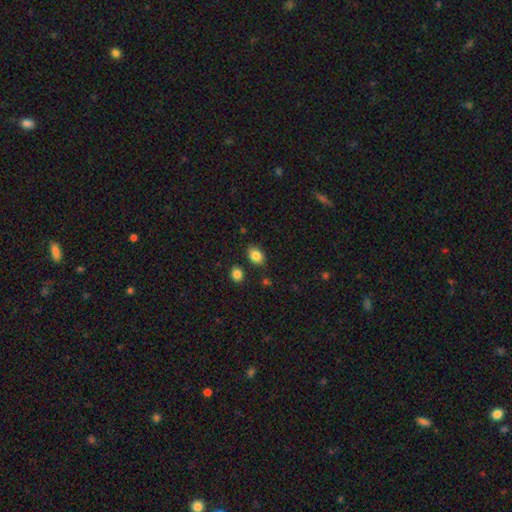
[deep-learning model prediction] Q: Smooth or featured?
A: smooth (84%); runner-up: star or artifact (9%)
Q: How rounded?
A: in between (76%); runner-up: round (22%)
Q: Merging?
A: none (82%); runner-up: minor disturbance (11%)